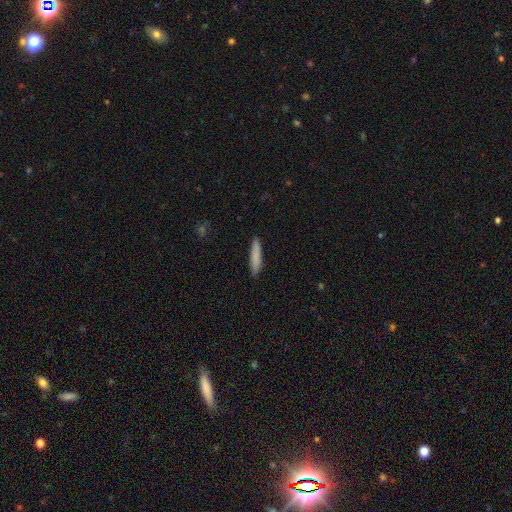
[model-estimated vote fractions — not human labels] Overall: smooth (83%). How rounded: cigar-shaped (87%). Merging: none (89%).